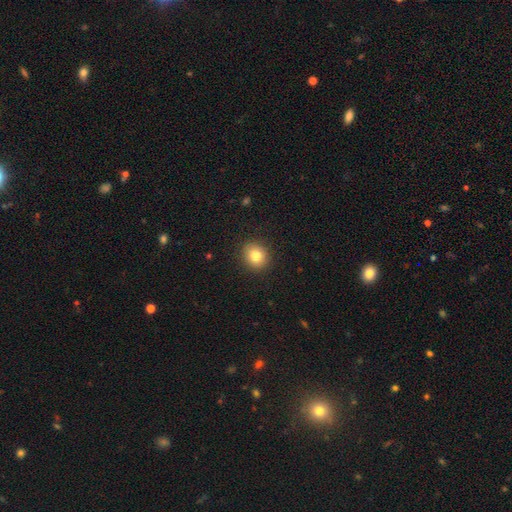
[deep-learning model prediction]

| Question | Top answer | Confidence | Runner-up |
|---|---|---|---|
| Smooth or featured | smooth | 81% | star or artifact (11%) |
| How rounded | round | 80% | in between (19%) |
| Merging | none | 90% | minor disturbance (7%) |